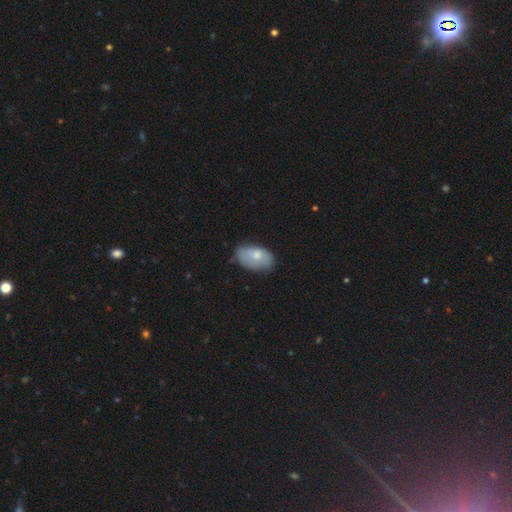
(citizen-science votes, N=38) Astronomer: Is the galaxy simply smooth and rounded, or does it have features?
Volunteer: smooth — 68%.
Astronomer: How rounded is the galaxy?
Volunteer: in between — 96%.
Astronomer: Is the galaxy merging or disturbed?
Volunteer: none — 50% (runner-up: minor disturbance, 39%).